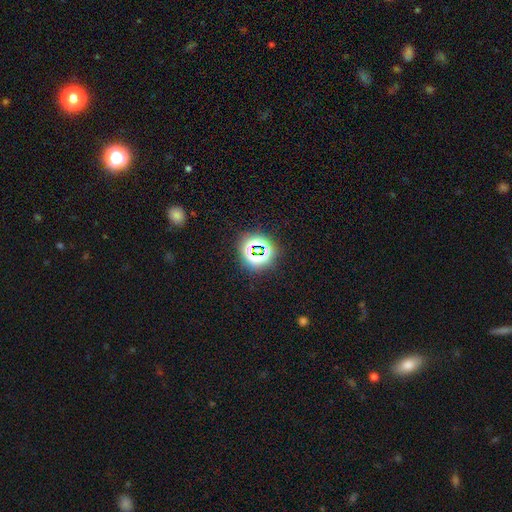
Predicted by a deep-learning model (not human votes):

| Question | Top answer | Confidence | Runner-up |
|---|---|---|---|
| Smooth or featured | star or artifact | 66% | smooth (25%) |